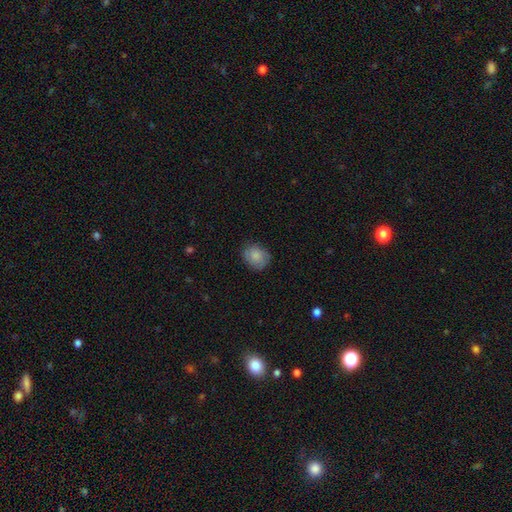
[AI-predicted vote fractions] Smooth or featured? Predicted: smooth (p=0.81). How rounded? Predicted: round (p=0.60). Merging? Predicted: none (p=0.77).